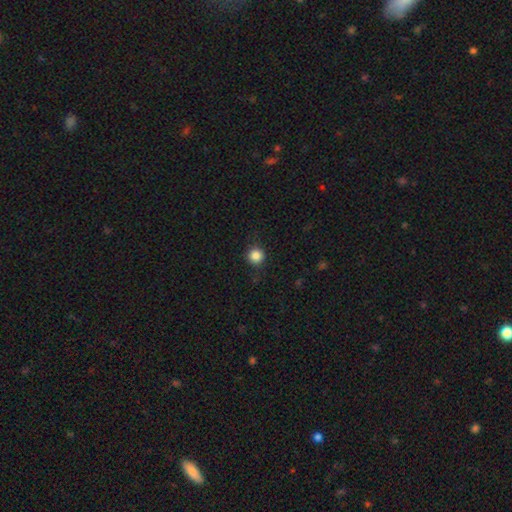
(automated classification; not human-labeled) Smooth or featured? smooth (86%)
How rounded? round (94%)
Merging? none (89%)